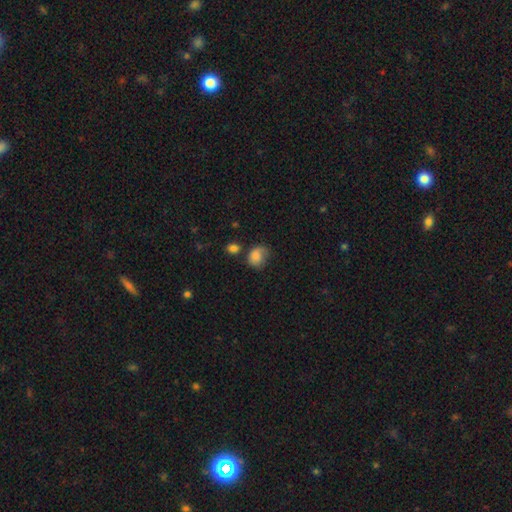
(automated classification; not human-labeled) Smooth or featured: smooth — 78% (featured or disk — 13%)
How rounded: round — 55% (in between — 44%)
Merging: none — 41% (minor disturbance — 34%)